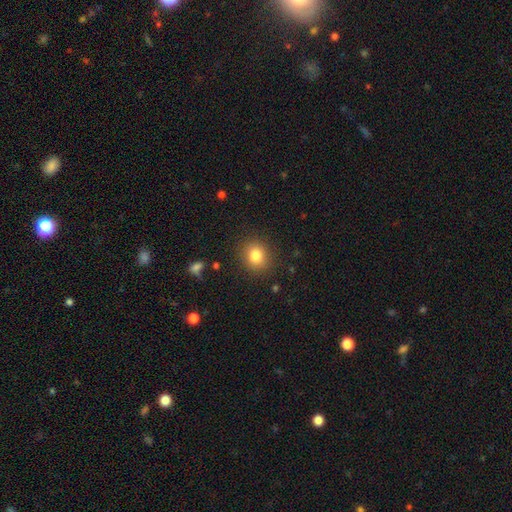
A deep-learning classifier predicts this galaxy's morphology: The model was most divided on "how rounded": round: 74%, in between: 25%, cigar-shaped: 1%. More confident: merging — none (87%); smooth or featured — smooth (82%).